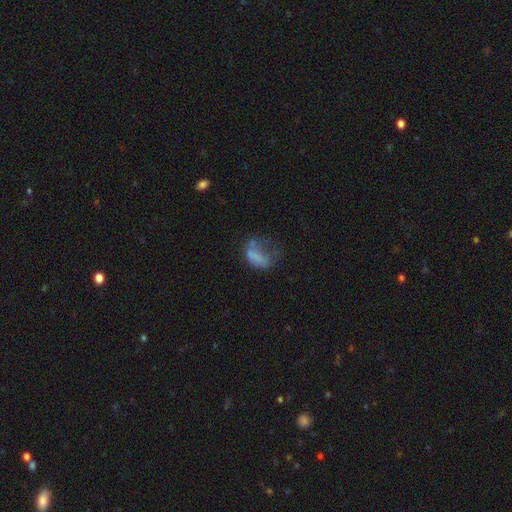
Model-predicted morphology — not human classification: Q: Smooth or featured?
A: smooth (56%); runner-up: featured or disk (29%)
Q: How rounded?
A: in between (82%); runner-up: round (12%)
Q: Merging?
A: major disturbance (43%); runner-up: none (25%)